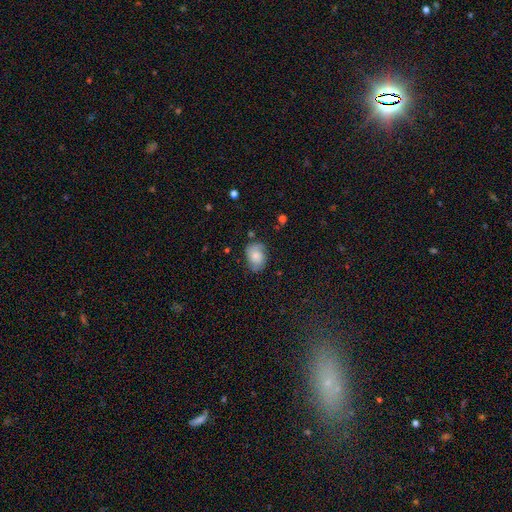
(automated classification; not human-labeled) Q: Smooth or featured?
A: smooth (65%); runner-up: featured or disk (26%)
Q: How rounded?
A: in between (71%); runner-up: round (28%)
Q: Merging?
A: none (65%); runner-up: minor disturbance (25%)